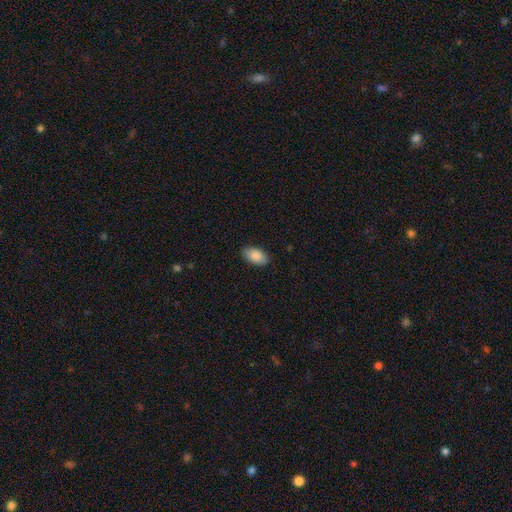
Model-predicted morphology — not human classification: Smooth or featured?
  - smooth: 88% *
  - star or artifact: 6%
  - featured or disk: 6%
How rounded?
  - in between: 95% *
  - round: 3%
  - cigar-shaped: 2%
Merging?
  - none: 88% *
  - minor disturbance: 9%
  - major disturbance: 2%
  - merger: 1%